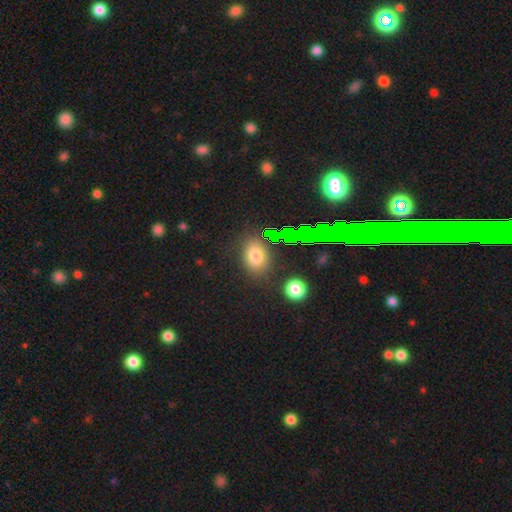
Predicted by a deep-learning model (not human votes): A smooth galaxy with no disk features (73%) that is in between round and cigar-shaped (72%).

Vote fractions:
- Smooth or featured? smooth: 73% / star or artifact: 18% / featured or disk: 9%
- How rounded? in between: 72% / round: 25% / cigar-shaped: 2%
- Merging? none: 80% / minor disturbance: 11% / major disturbance: 4% / merger: 4%